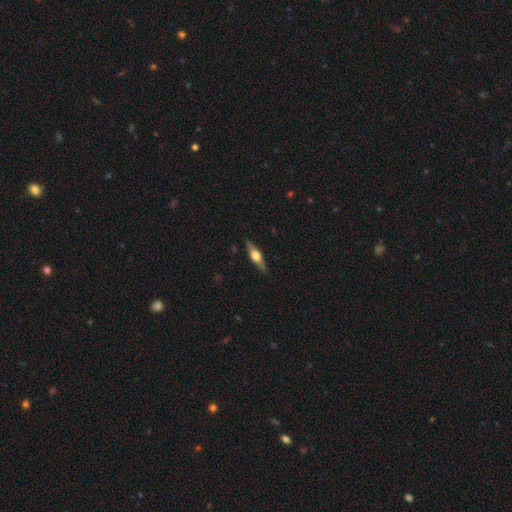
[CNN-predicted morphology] Overall: featured or disk (59%; smooth 36%). Edge-on disk: yes (93%). Edge-on bulge: rounded (91%). Merging: none (86%).